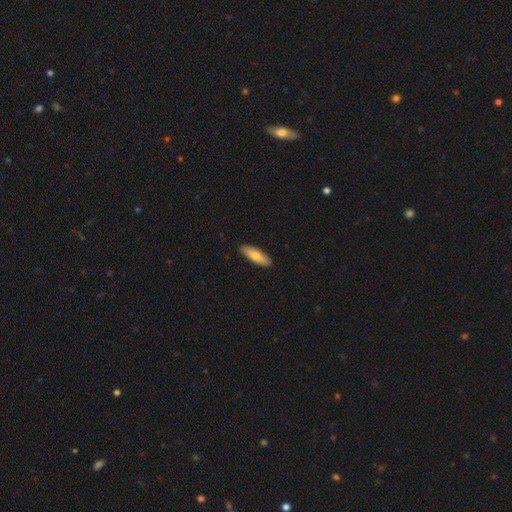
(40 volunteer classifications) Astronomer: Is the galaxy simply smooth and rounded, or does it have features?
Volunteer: smooth — 75%.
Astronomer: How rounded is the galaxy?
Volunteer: in between — 60%.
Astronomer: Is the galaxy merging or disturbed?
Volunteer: none — 82%.